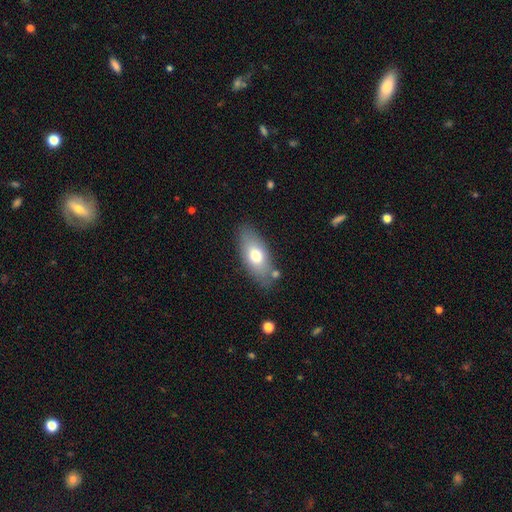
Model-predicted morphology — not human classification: A smooth galaxy with no disk features (70%) that is in between round and cigar-shaped (86%).

Vote fractions:
- Smooth or featured? smooth: 70% / featured or disk: 23% / star or artifact: 7%
- How rounded? in between: 86% / cigar-shaped: 10% / round: 4%
- Merging? none: 77% / minor disturbance: 14% / merger: 5% / major disturbance: 4%